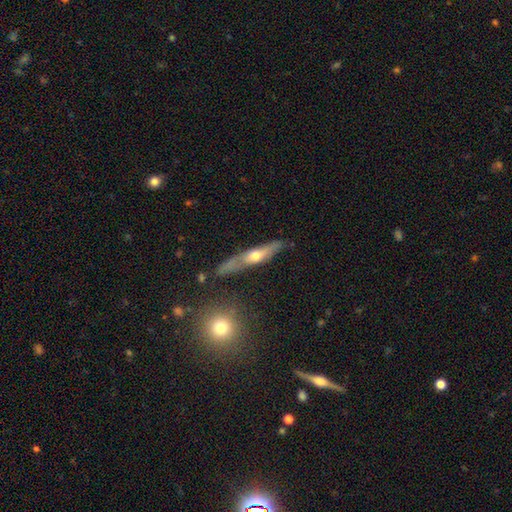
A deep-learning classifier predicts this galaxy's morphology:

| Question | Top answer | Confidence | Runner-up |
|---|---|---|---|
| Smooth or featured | featured or disk | 59% | smooth (34%) |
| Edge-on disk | yes | 81% | no (19%) |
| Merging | none | 70% | minor disturbance (19%) |